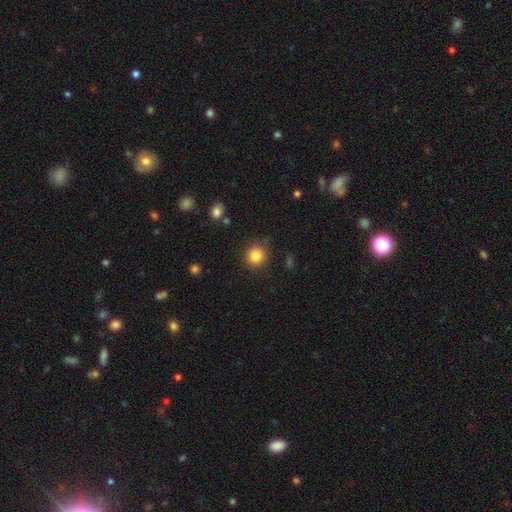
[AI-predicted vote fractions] This appears to be a smooth galaxy with no disk features (84%) that is round (91%). Merging: none (87%).